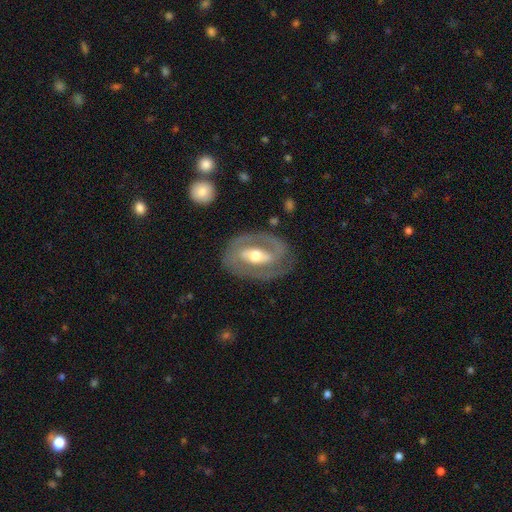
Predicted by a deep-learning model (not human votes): Q: Smooth or featured?
A: featured or disk (79%); runner-up: smooth (16%)
Q: Edge-on disk?
A: no (94%); runner-up: yes (6%)
Q: Bar?
A: strong (50%); runner-up: weak (29%)
Q: Spiral arms?
A: yes (68%); runner-up: no (32%)
Q: Spiral winding?
A: tight (45%); runner-up: medium (40%)
Q: Spiral arm count?
A: 2 (77%); runner-up: can't tell (11%)
Q: Bulge size?
A: moderate (68%); runner-up: small (18%)
Q: Merging?
A: none (77%); runner-up: minor disturbance (14%)